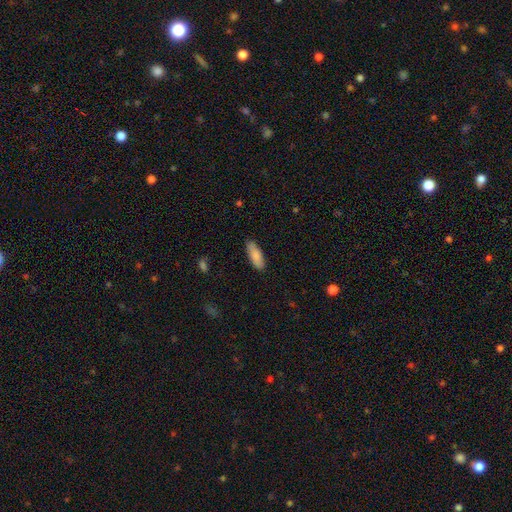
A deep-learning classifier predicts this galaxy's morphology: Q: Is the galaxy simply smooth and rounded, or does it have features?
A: smooth — 84%.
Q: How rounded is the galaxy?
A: in between — 71%.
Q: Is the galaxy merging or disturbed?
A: none — 85%.